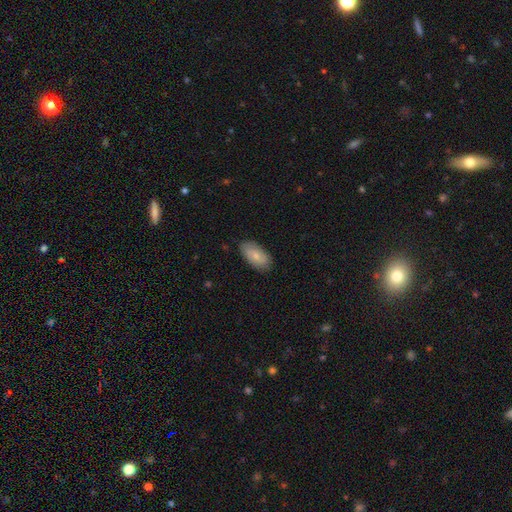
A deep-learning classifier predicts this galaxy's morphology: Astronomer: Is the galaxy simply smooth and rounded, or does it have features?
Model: smooth — 66%.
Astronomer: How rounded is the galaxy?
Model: in between — 93%.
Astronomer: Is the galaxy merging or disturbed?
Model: none — 83%.